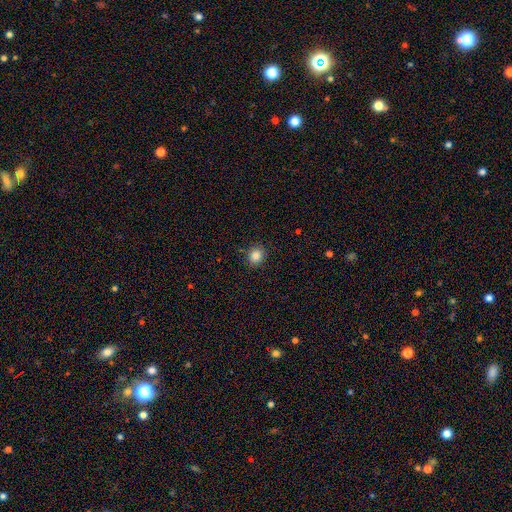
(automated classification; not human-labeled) The model was most divided on "how rounded": round: 72%, in between: 27%, cigar-shaped: 1%. More confident: merging — none (88%); smooth or featured — smooth (85%).